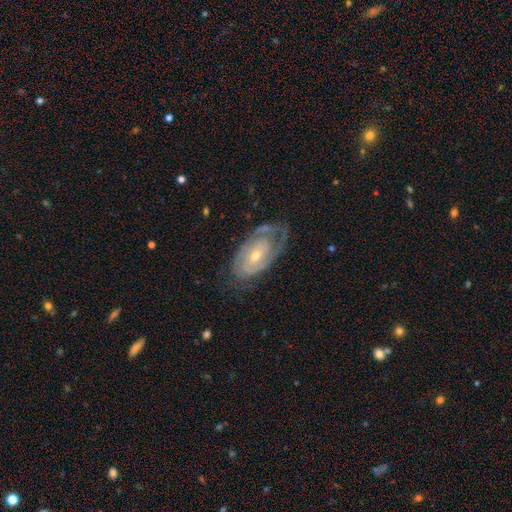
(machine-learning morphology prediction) Smooth or featured? Predicted: featured or disk (p=0.80). Edge-on disk? Predicted: no (p=0.94). Bar? Predicted: no (p=0.63). Spiral arms? Predicted: yes (p=0.84). Spiral winding? Predicted: tight (p=0.66). Spiral arm count? Predicted: 2 (p=0.41). Bulge size? Predicted: small (p=0.56). Merging? Predicted: none (p=0.60).